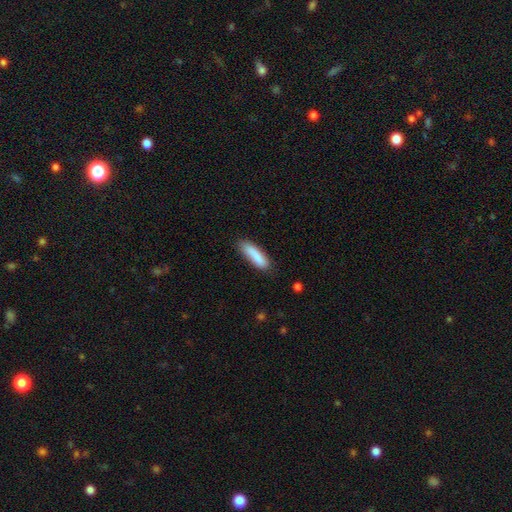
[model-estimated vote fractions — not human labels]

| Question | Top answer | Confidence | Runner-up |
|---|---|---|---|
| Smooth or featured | smooth | 85% | featured or disk (9%) |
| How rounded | cigar-shaped | 63% | in between (35%) |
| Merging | none | 75% | minor disturbance (19%) |